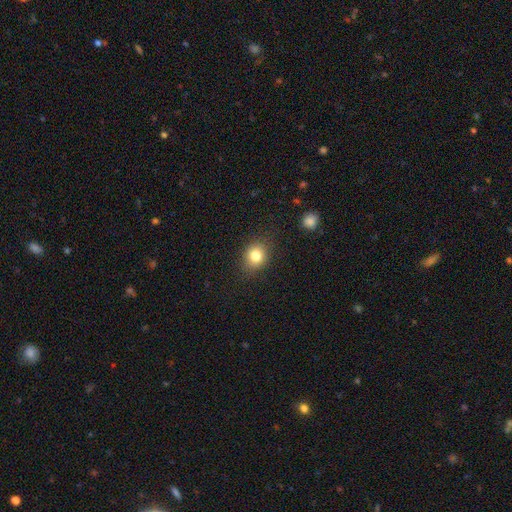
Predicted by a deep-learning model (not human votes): The model was most divided on "how rounded": round: 66%, in between: 33%, cigar-shaped: 1%. More confident: merging — none (83%); smooth or featured — smooth (81%).